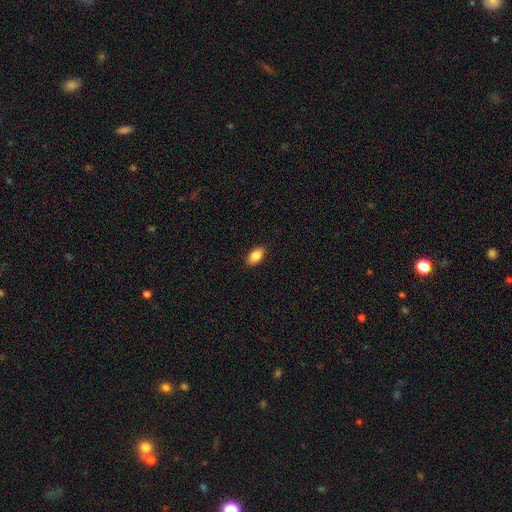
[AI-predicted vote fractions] Morphology: type=smooth (86%); roundness=in between (91%); merging=none (89%).